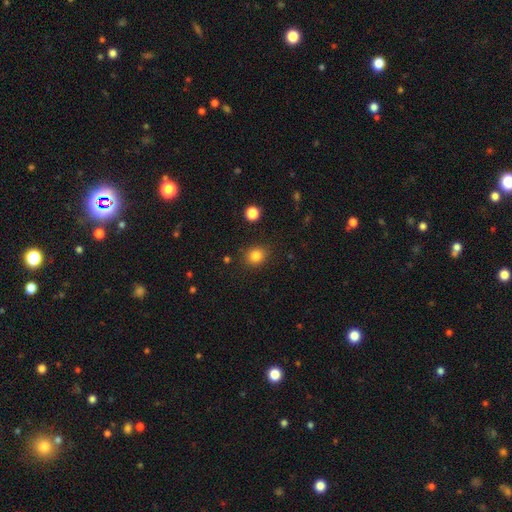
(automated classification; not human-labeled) Smooth or featured? smooth (83%)
How rounded? round (72%)
Merging? none (87%)